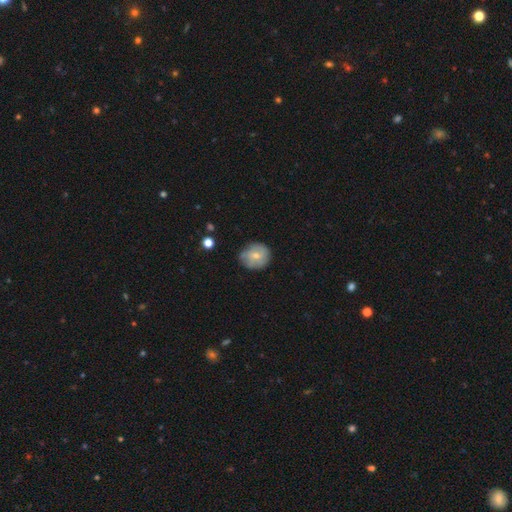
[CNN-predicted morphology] smooth 59%, featured or disk 33%, star or artifact 8%. Down the decision tree: how rounded — round (84%); merging — none (70%).